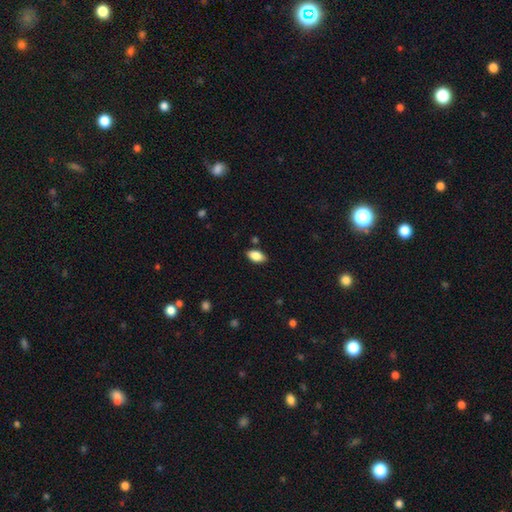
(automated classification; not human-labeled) smooth 85%, featured or disk 8%, star or artifact 8%. Down the decision tree: how rounded — in between (92%); merging — none (84%).